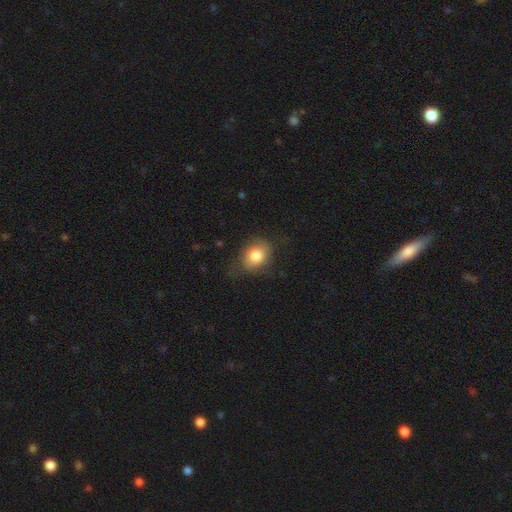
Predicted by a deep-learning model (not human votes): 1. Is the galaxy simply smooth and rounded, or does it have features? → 80% smooth, 12% featured or disk, 8% star or artifact.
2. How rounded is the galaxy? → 51% round, 48% in between, 1% cigar-shaped.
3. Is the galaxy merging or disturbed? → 59% none, 27% minor disturbance, 12% major disturbance, 1% merger.